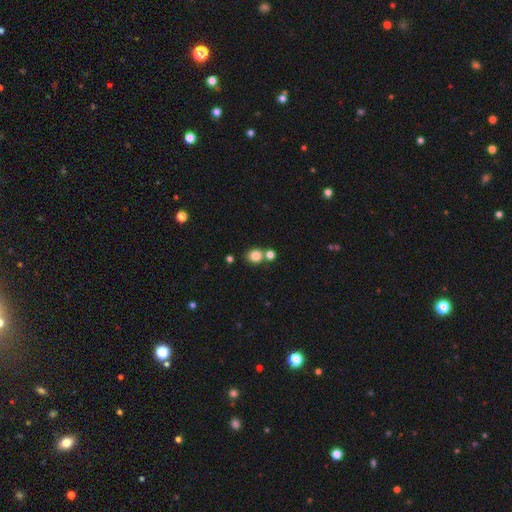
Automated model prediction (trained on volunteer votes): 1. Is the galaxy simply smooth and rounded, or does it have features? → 83% smooth, 12% star or artifact, 6% featured or disk.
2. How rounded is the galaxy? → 77% round, 22% in between, 1% cigar-shaped.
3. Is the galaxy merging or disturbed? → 65% none, 24% merger, 8% minor disturbance, 3% major disturbance.